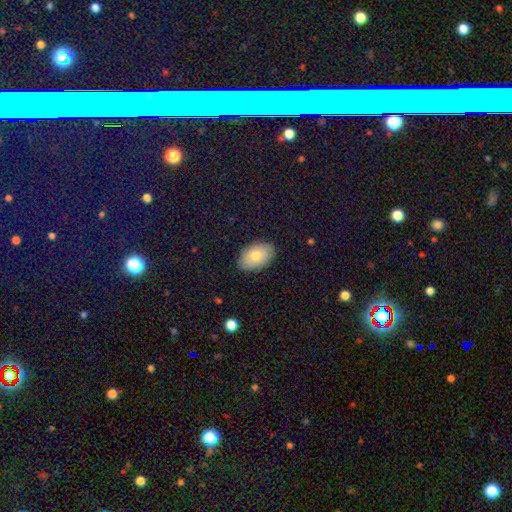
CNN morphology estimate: This appears to be a smooth galaxy with no disk features (78%) that is in between round and cigar-shaped (91%). Merging: none (86%).